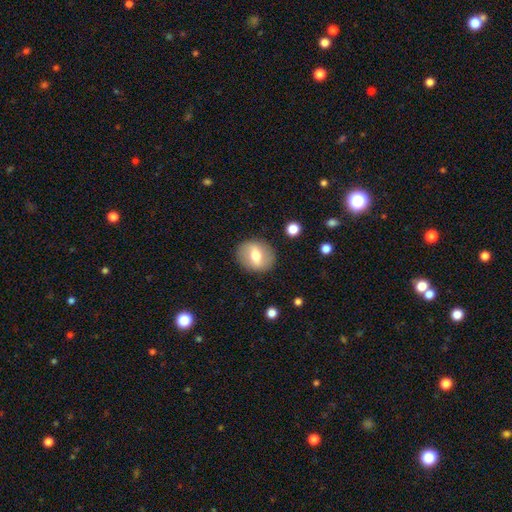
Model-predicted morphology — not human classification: smooth_or_featured: smooth (p=0.53) [alt: featured or disk p=0.40]
how_rounded: round (p=0.59) [alt: in between p=0.39]
merging: none (p=0.86) [alt: minor disturbance p=0.09]